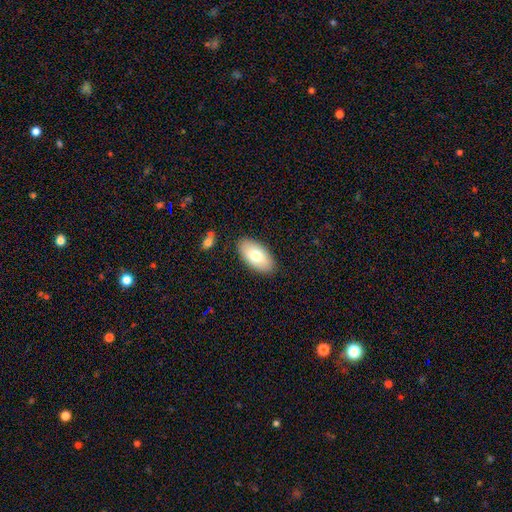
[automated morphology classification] Smooth or featured? Predicted: smooth (p=0.74). How rounded? Predicted: in between (p=0.95). Merging? Predicted: none (p=0.87).